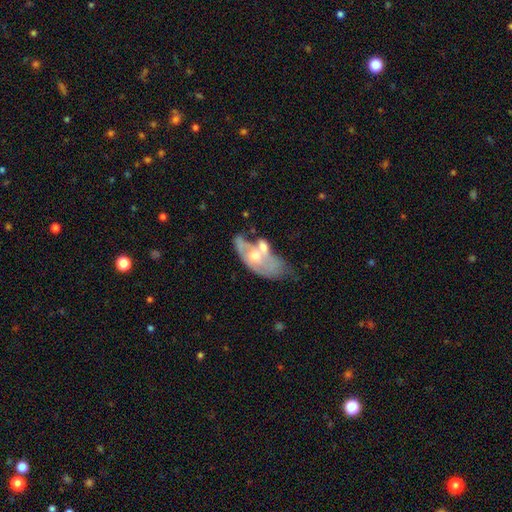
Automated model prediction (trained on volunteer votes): Smooth or featured: featured or disk — 60% (smooth — 33%)
Edge-on disk: no — 89% (yes — 11%)
Bar: no — 83% (weak — 14%)
Spiral arms: no — 69% (yes — 31%)
Bulge size: moderate — 61% (small — 25%)
Merging: merger — 40% (none — 22%)